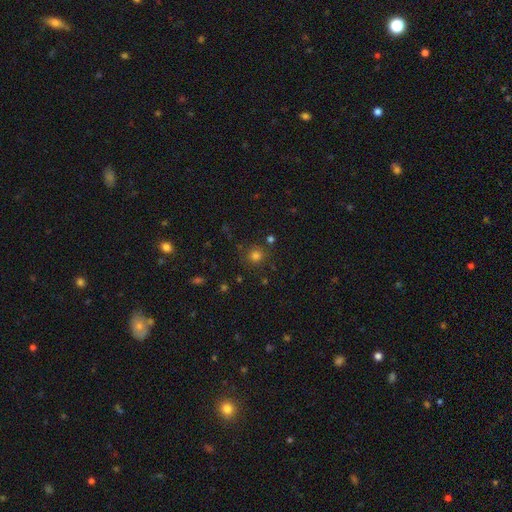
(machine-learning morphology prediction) This is likely a smooth galaxy (78%). How rounded: clearly round (91%). Merging: clearly none (81%).